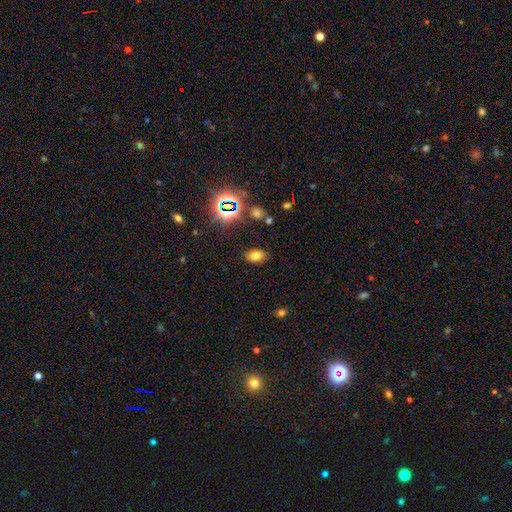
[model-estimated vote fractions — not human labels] This is likely a smooth galaxy (71%). How rounded: clearly in between (83%). Merging: clearly none (85%).